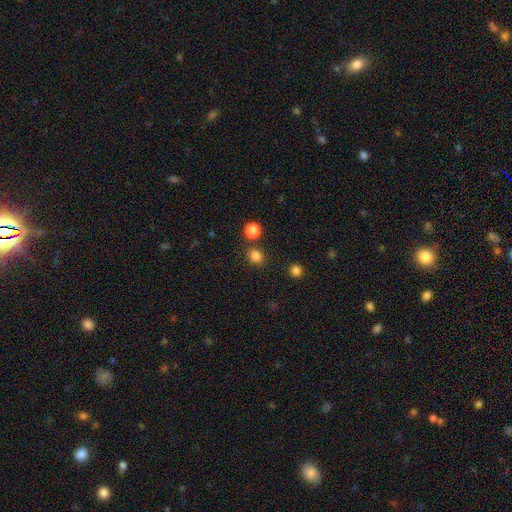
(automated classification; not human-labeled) Smooth or featured: smooth — 82% (star or artifact — 15%)
How rounded: round — 76% (in between — 23%)
Merging: none — 80% (minor disturbance — 9%)